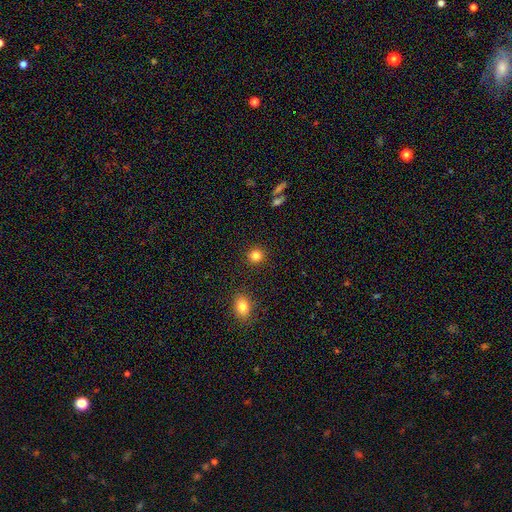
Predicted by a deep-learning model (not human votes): Morphology: type=smooth (84%); roundness=round (91%); merging=none (91%).